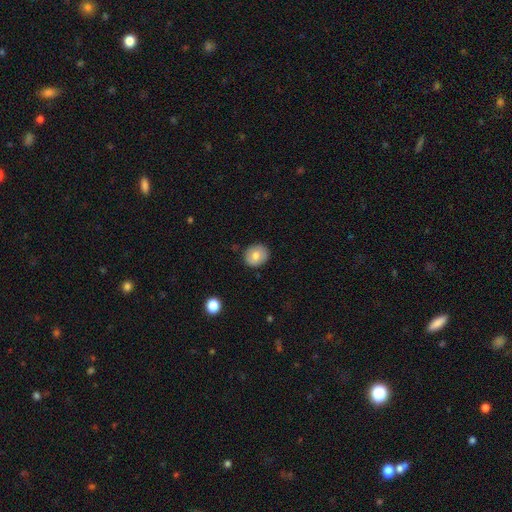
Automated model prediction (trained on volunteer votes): smooth_or_featured: smooth (p=0.77) [alt: featured or disk p=0.15]
how_rounded: round (p=0.68) [alt: in between p=0.31]
merging: none (p=0.87) [alt: minor disturbance p=0.10]